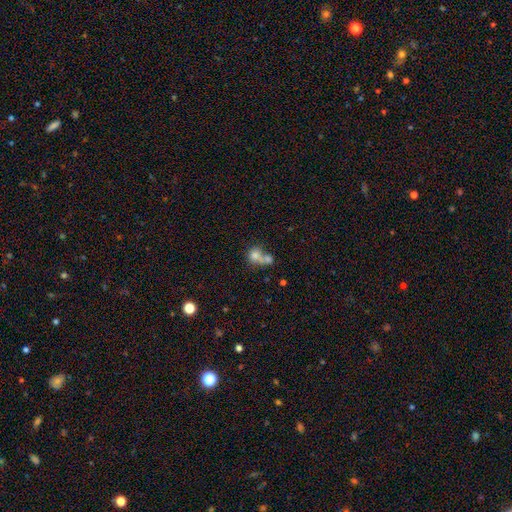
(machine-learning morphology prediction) A smooth galaxy with no disk features (72%) that is round (74%).

Vote fractions:
- Smooth or featured? smooth: 72% / featured or disk: 16% / star or artifact: 12%
- How rounded? round: 74% / in between: 25% / cigar-shaped: 1%
- Merging? merger: 59% / none: 28% / minor disturbance: 8% / major disturbance: 6%